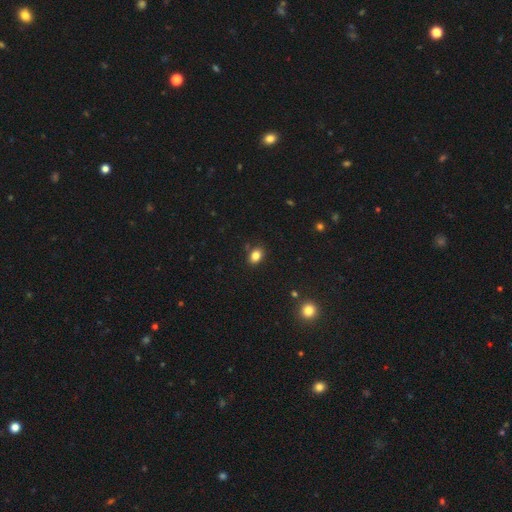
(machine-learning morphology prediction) A smooth galaxy with no disk features (83%) that is in between round and cigar-shaped (70%).

Vote fractions:
- Smooth or featured? smooth: 83% / star or artifact: 11% / featured or disk: 5%
- How rounded? in between: 70% / round: 29% / cigar-shaped: 1%
- Merging? none: 84% / minor disturbance: 11% / merger: 3% / major disturbance: 2%